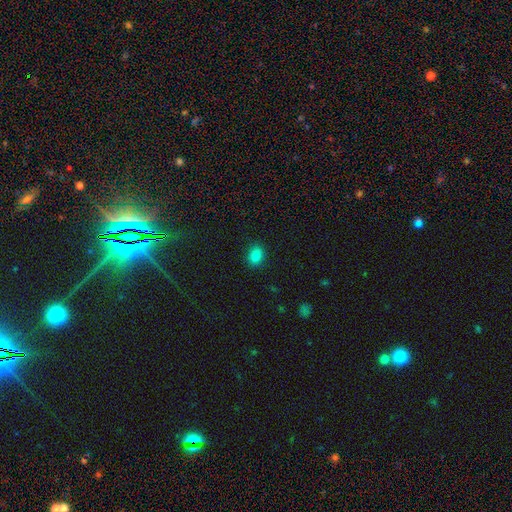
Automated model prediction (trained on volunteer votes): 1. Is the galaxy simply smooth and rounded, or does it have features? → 85% smooth, 12% star or artifact, 3% featured or disk.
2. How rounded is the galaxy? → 68% in between, 31% round, 1% cigar-shaped.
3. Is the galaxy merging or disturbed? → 87% none, 9% minor disturbance, 2% major disturbance, 1% merger.